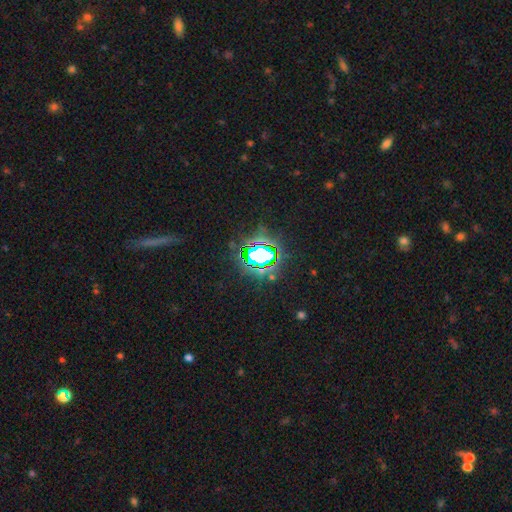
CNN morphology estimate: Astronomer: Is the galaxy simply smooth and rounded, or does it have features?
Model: star or artifact — 77%.